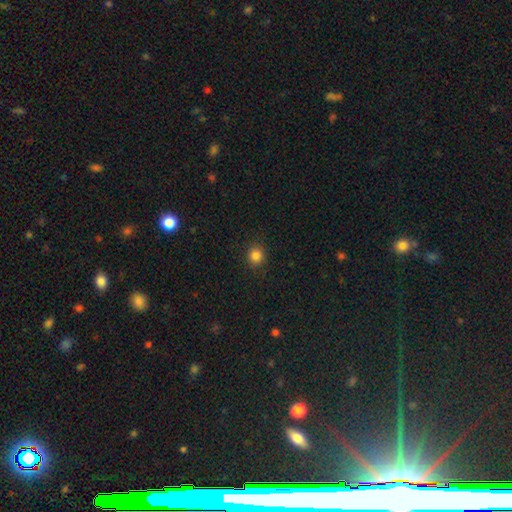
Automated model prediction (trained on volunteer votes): This is clearly a smooth galaxy (84%). How rounded: clearly round (90%). Merging: clearly none (91%).